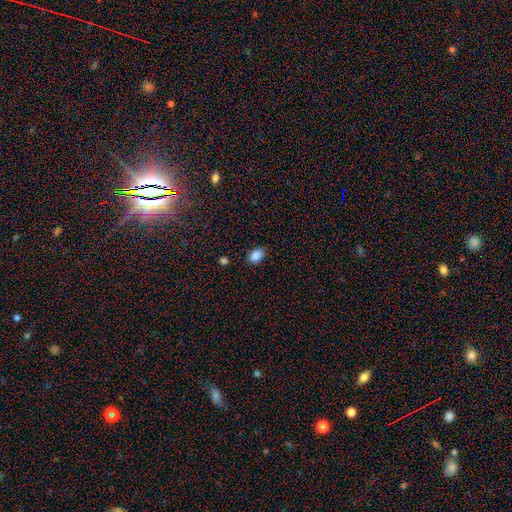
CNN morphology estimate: This is clearly a smooth galaxy (87%). How rounded: clearly in between (87%). Merging: clearly none (82%).